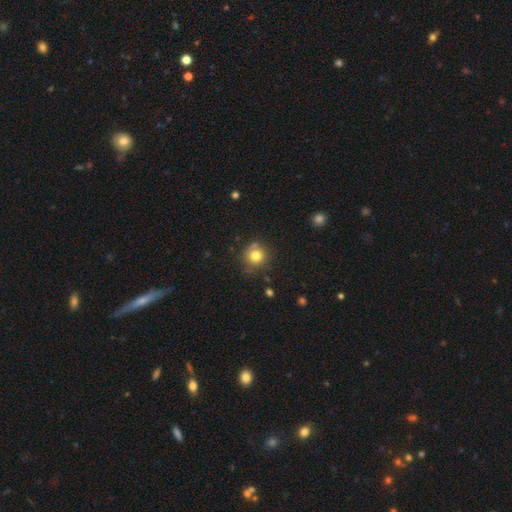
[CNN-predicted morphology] This appears to be a smooth galaxy with no disk features (79%) that is round (89%). Merging: none (73%).